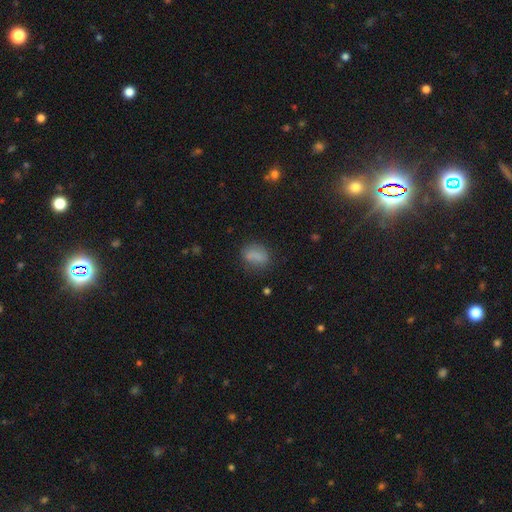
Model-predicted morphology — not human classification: Q: Smooth or featured?
A: smooth (78%); runner-up: star or artifact (11%)
Q: How rounded?
A: in between (62%); runner-up: round (36%)
Q: Merging?
A: none (70%); runner-up: minor disturbance (18%)